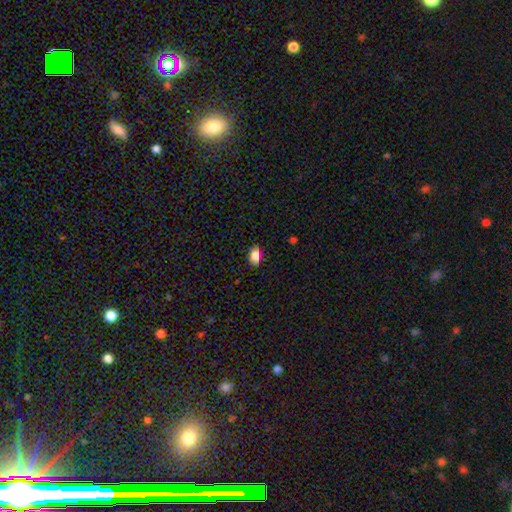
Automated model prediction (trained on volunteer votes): Smooth or featured? Predicted: smooth (p=0.83). How rounded? Predicted: in between (p=0.89). Merging? Predicted: none (p=0.86).